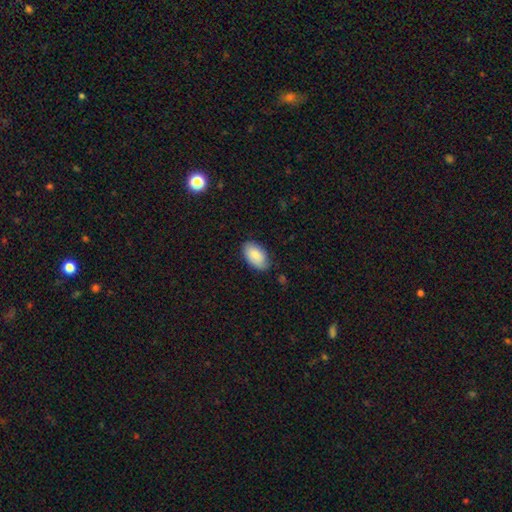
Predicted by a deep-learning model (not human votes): Overall: smooth (85%). How rounded: in between (95%). Merging: none (78%).